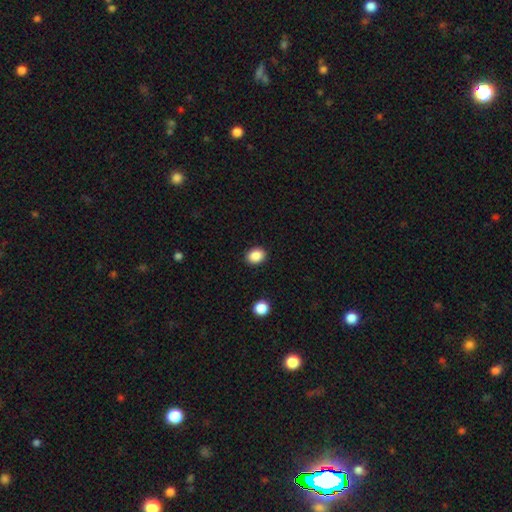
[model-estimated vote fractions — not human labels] Overall: smooth (88%). How rounded: in between (52%; round 47%). Merging: none (90%).